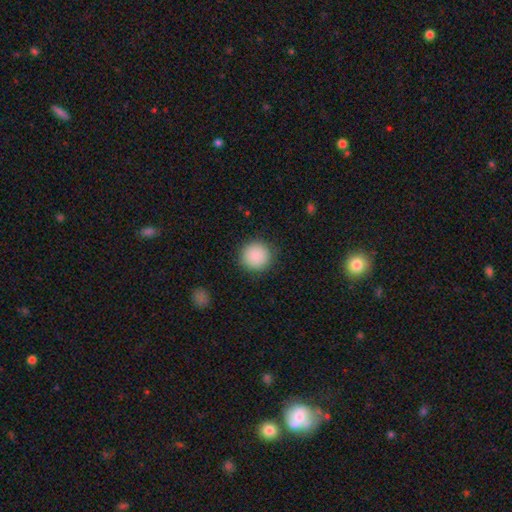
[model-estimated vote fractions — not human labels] smooth 89%, star or artifact 8%, featured or disk 3%. Down the decision tree: how rounded — round (94%); merging — none (90%).